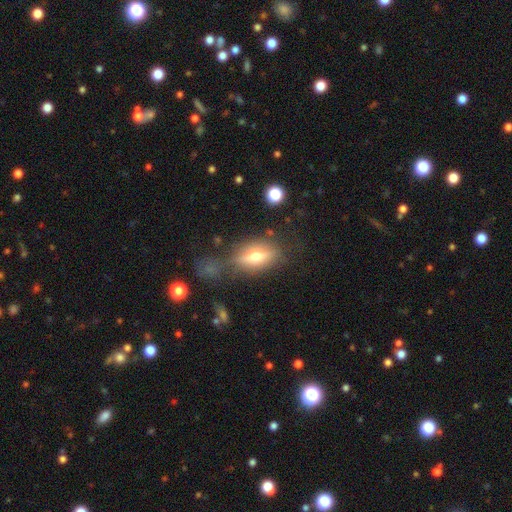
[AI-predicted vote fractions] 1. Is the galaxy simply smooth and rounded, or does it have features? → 47% featured or disk, 44% smooth, 9% star or artifact.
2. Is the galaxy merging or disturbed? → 62% none, 19% minor disturbance, 12% major disturbance, 7% merger.